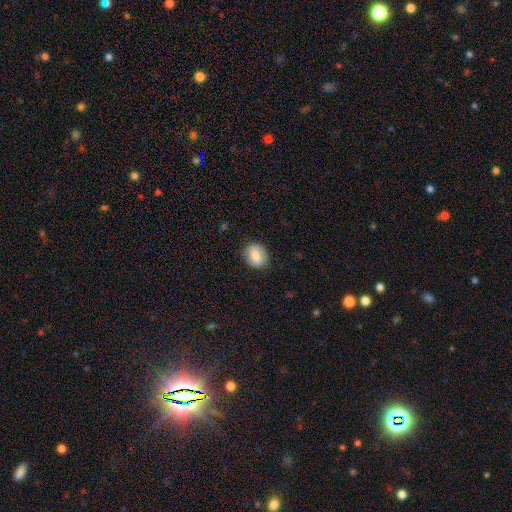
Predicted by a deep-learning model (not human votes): Smooth or featured? smooth (74%)
How rounded? round (61%)
Merging? none (85%)